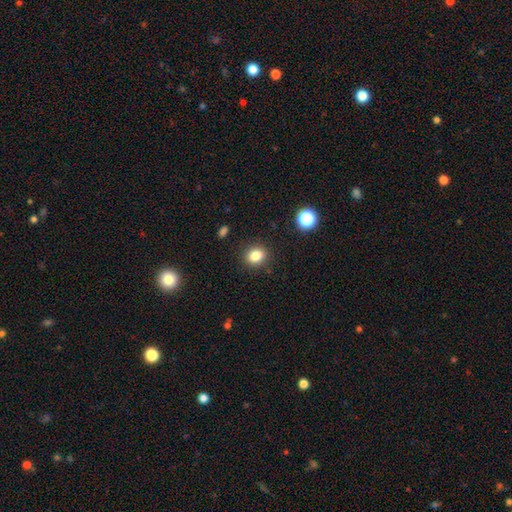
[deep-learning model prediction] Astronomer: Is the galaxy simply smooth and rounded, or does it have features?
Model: smooth — 83%.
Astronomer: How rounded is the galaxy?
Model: round — 59% (runner-up: in between, 40%).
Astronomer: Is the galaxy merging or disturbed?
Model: none — 88%.